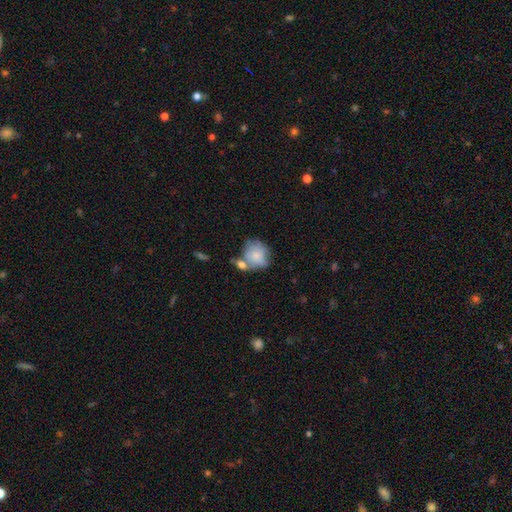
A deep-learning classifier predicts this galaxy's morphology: Q: Smooth or featured?
A: smooth (68%); runner-up: featured or disk (24%)
Q: How rounded?
A: round (66%); runner-up: in between (33%)
Q: Merging?
A: none (38%); runner-up: merger (31%)